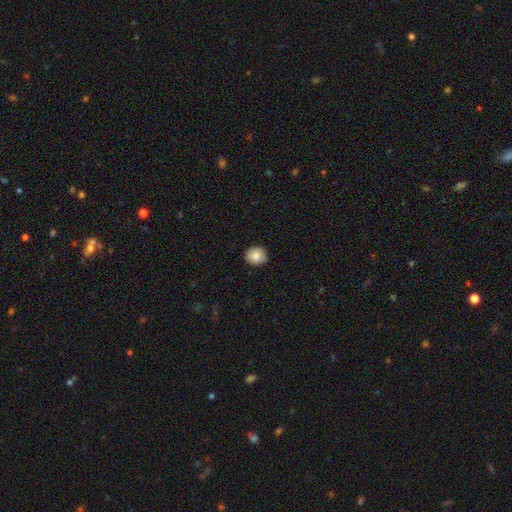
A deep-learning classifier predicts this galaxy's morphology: A smooth galaxy with no disk features (83%) that is round (74%).

Vote fractions:
- Smooth or featured? smooth: 83% / featured or disk: 9% / star or artifact: 8%
- How rounded? round: 74% / in between: 25% / cigar-shaped: 1%
- Merging? none: 88% / minor disturbance: 9% / major disturbance: 2% / merger: 1%